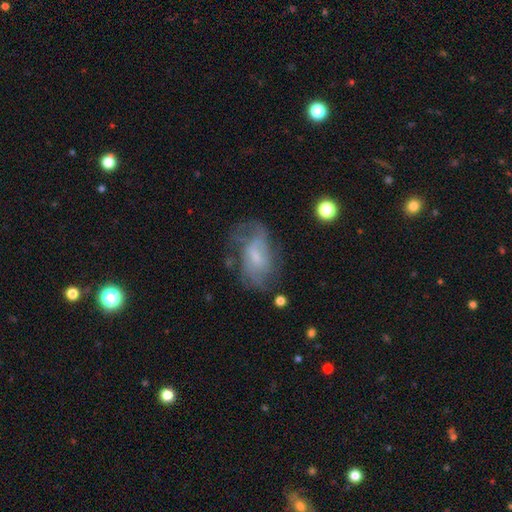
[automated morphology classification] smooth_or_featured: featured or disk (p=0.62) [alt: smooth p=0.28]
disk_edge_on: no (p=0.95) [alt: yes p=0.05]
bar: no (p=0.52) [alt: weak p=0.40]
has_spiral_arms: yes (p=0.73) [alt: no p=0.27]
bulge_size: small (p=0.59) [alt: moderate p=0.25]
merging: none (p=0.48) [alt: minor disturbance p=0.25]